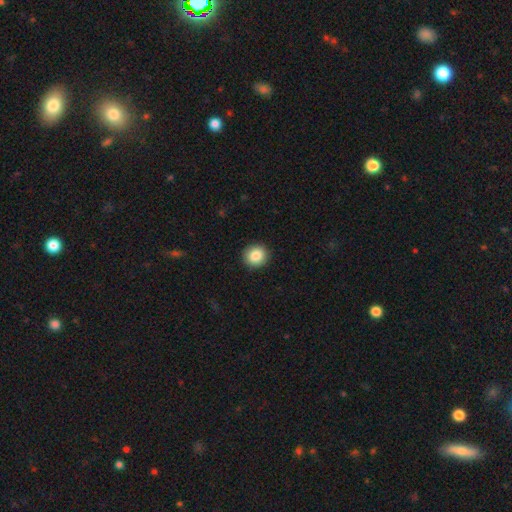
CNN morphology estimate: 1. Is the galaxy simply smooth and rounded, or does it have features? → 86% smooth, 8% star or artifact, 5% featured or disk.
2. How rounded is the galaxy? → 90% round, 9% in between, 1% cigar-shaped.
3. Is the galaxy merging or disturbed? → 92% none, 5% minor disturbance, 2% major disturbance, 1% merger.